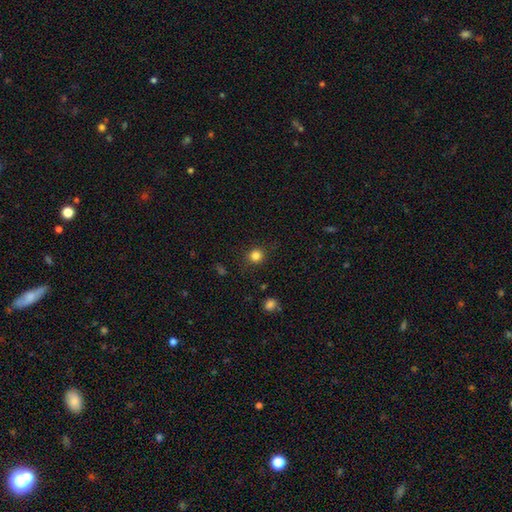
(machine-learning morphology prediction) smooth_or_featured: smooth (p=0.83) [alt: star or artifact p=0.13]
how_rounded: round (p=0.92) [alt: in between p=0.08]
merging: none (p=0.88) [alt: minor disturbance p=0.08]